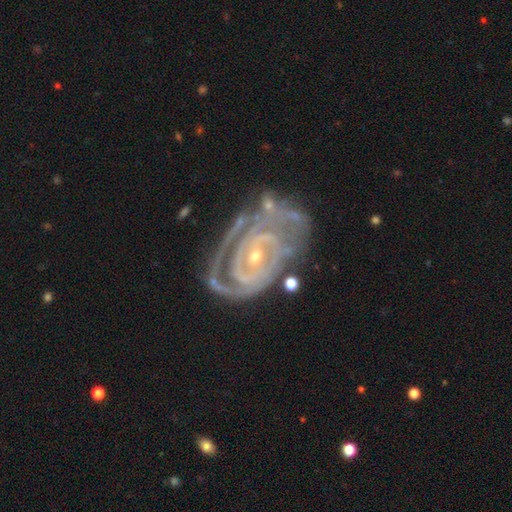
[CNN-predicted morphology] smooth_or_featured: featured or disk (p=0.90) [alt: star or artifact p=0.05]
disk_edge_on: no (p=0.97) [alt: yes p=0.03]
bar: no (p=0.61) [alt: weak p=0.26]
has_spiral_arms: yes (p=0.96) [alt: no p=0.04]
spiral_winding: tight (p=0.78) [alt: medium p=0.18]
spiral_arm_count: 2 (p=0.43) [alt: can't tell p=0.21]
bulge_size: small (p=0.77) [alt: moderate p=0.20]
merging: none (p=0.57) [alt: minor disturbance p=0.24]